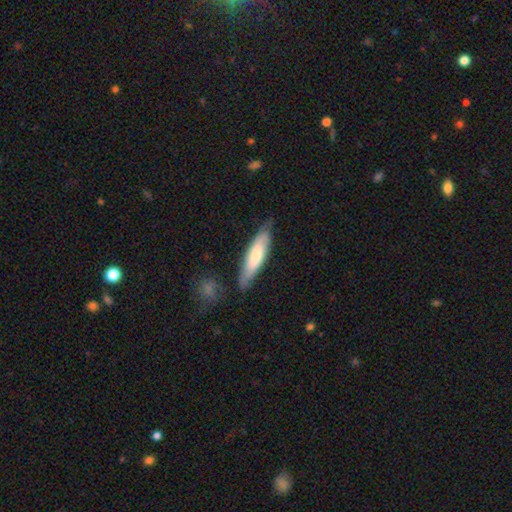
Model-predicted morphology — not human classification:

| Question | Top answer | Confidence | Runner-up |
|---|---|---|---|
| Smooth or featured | smooth | 63% | featured or disk (31%) |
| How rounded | cigar-shaped | 70% | in between (28%) |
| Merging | none | 75% | minor disturbance (19%) |